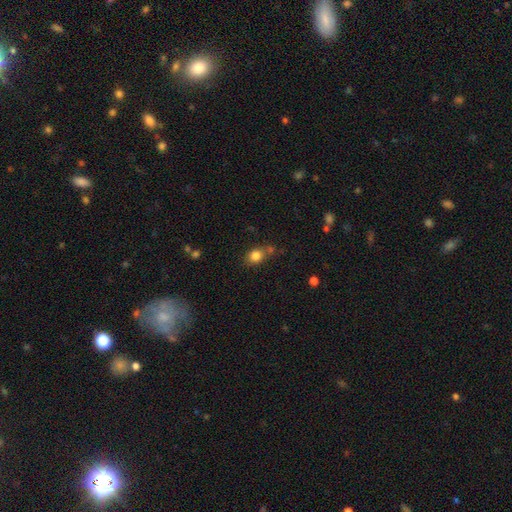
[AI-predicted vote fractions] The model was most divided on "how rounded": round: 59%, in between: 39%, cigar-shaped: 1%. More confident: smooth or featured — smooth (82%); merging — none (62%).